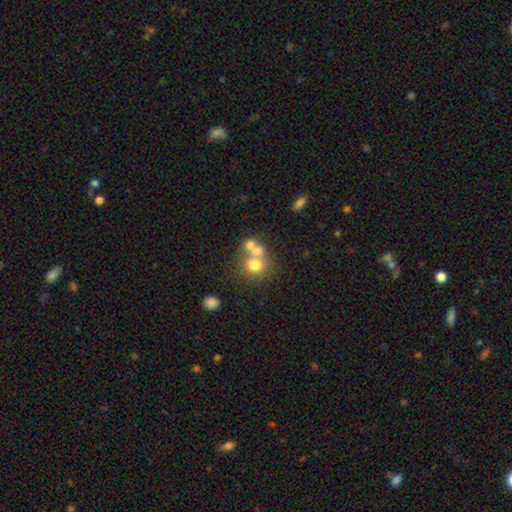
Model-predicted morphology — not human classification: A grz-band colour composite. It shows a smooth galaxy with no disk features (65%) that is round (80%). Merging: merger (50%).